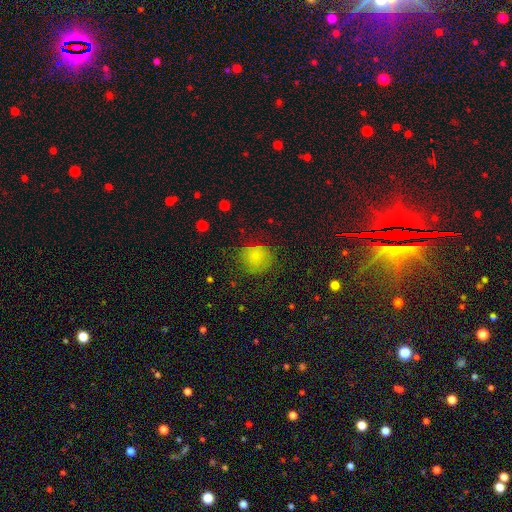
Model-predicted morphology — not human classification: smooth-or-featured: smooth: 79% | star or artifact: 12% | featured or disk: 10%
  how-rounded: round: 80% | in between: 19% | cigar-shaped: 1%
  merging: none: 67% | minor disturbance: 21% | major disturbance: 10% | merger: 1%